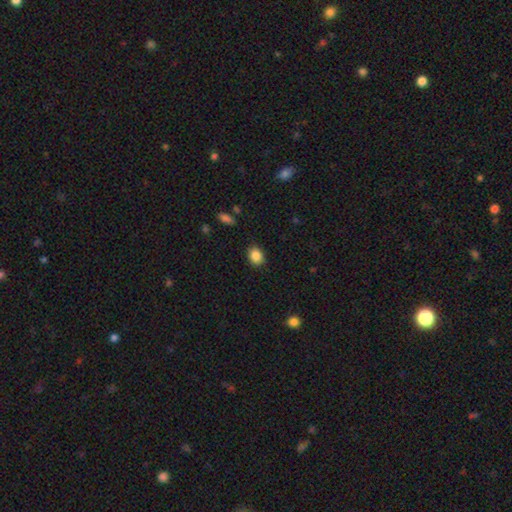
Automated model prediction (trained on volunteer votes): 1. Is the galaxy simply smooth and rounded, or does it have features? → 86% smooth, 9% star or artifact, 4% featured or disk.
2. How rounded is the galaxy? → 55% in between, 44% round, 1% cigar-shaped.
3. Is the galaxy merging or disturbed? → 84% none, 12% minor disturbance, 3% major disturbance, 1% merger.